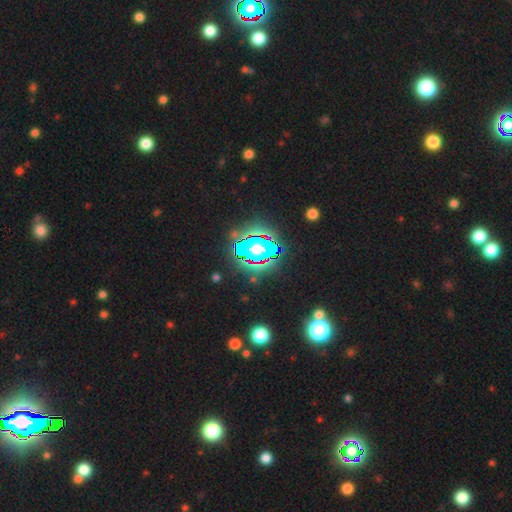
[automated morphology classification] Smooth or featured?
  - star or artifact: 81% *
  - smooth: 11%
  - featured or disk: 8%